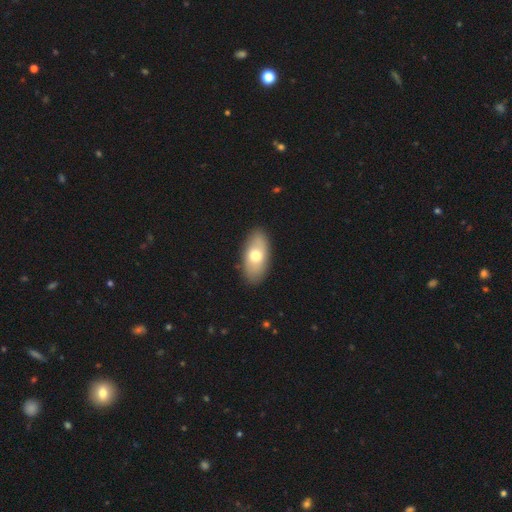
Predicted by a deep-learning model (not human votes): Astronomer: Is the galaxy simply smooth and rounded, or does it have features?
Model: smooth — 68%.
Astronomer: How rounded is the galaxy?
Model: in between — 90%.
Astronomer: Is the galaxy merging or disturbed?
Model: none — 88%.